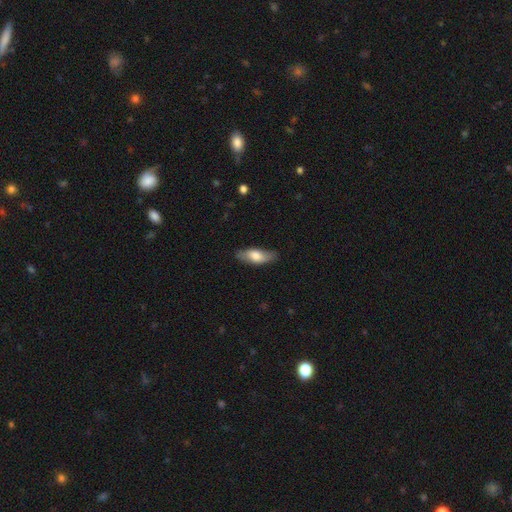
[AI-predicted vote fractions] A smooth galaxy with no disk features (67%) that is in between round and cigar-shaped (70%).

Vote fractions:
- Smooth or featured? smooth: 67% / featured or disk: 27% / star or artifact: 6%
- How rounded? in between: 70% / cigar-shaped: 27% / round: 3%
- Merging? none: 81% / minor disturbance: 15% / major disturbance: 3% / merger: 1%